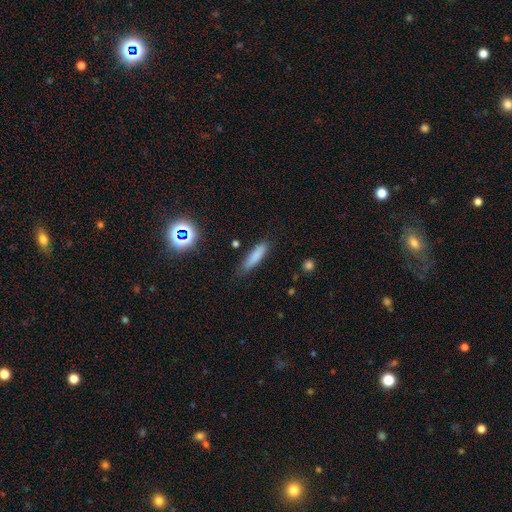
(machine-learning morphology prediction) type=smooth (80%); roundness=cigar-shaped (76%); merging=none (75%).